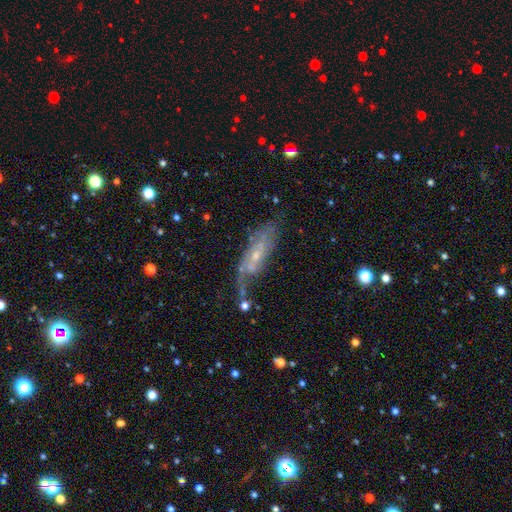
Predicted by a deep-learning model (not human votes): Smooth or featured? featured or disk (72%)
Edge-on disk? no (76%)
Bar? no (60%)
Spiral arms? yes (81%)
Bulge size? small (69%)
Merging? none (45%)